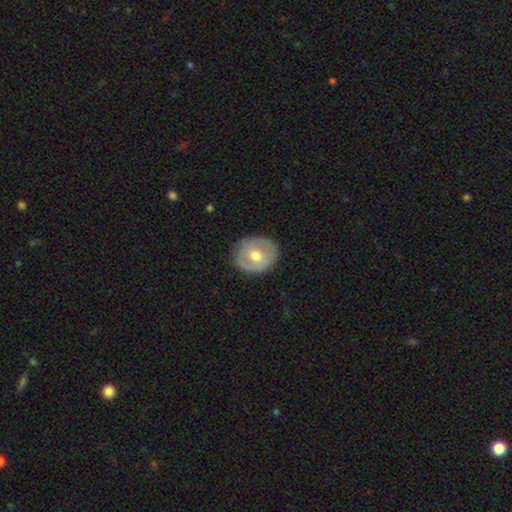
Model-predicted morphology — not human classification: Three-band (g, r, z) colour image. It shows a smooth galaxy with no disk features (47%, tied with featured or disk). Merging: none (83%).